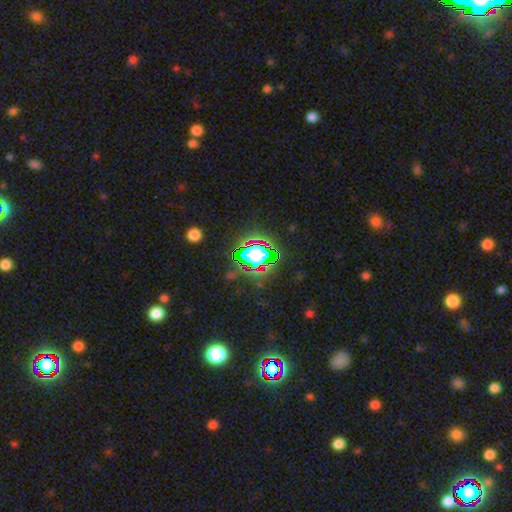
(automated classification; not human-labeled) Morphology: type=star or artifact (77%).